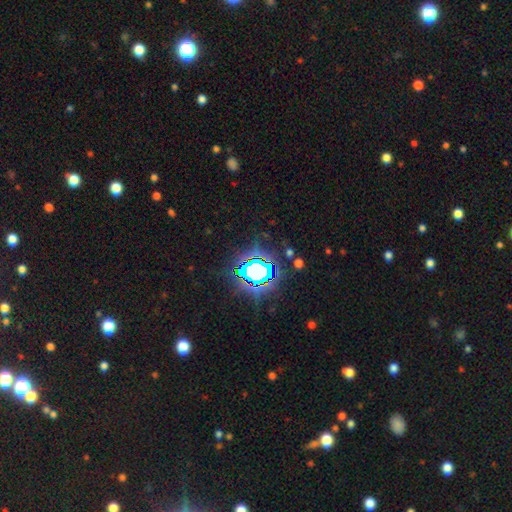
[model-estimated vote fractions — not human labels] The model was most divided on "smooth or featured": star or artifact: 76%, smooth: 13%, featured or disk: 11%.